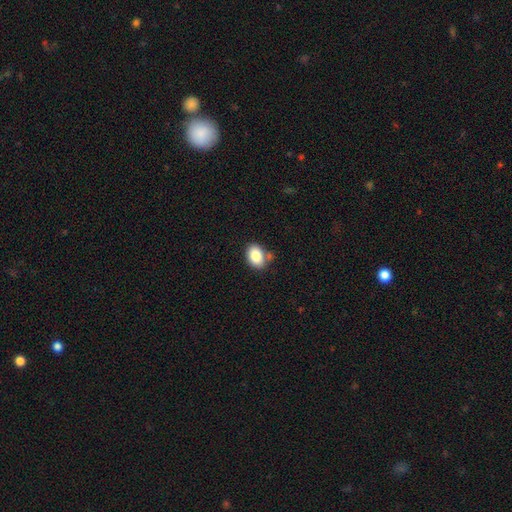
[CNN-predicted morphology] This appears to be a smooth galaxy with no disk features (86%) that is in between round and cigar-shaped (81%). Merging: none (70%).